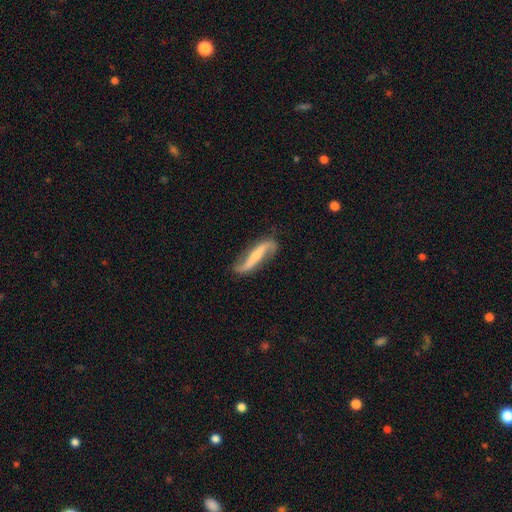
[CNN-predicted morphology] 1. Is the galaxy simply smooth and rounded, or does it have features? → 80% featured or disk, 15% smooth, 5% star or artifact.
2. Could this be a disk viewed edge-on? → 79% no, 21% yes.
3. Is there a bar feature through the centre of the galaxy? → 47% strong, 29% no, 25% weak.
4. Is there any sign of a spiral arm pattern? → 94% yes, 6% no.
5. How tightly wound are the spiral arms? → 81% loose, 13% medium, 6% tight.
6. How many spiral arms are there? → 91% 2, 3% 1, 3% can't tell, 1% 3, 1% 4, 1% more than 4.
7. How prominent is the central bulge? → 52% small, 30% moderate, 13% none, 4% large, 2% dominant.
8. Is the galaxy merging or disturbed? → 74% none, 18% minor disturbance, 6% major disturbance, 2% merger.